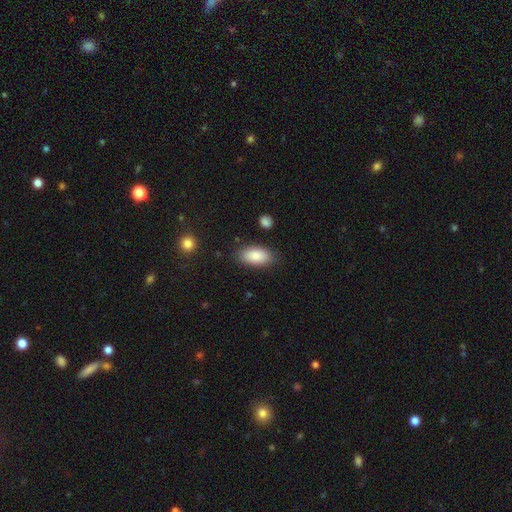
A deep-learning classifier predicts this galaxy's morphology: This appears to be a smooth galaxy with no disk features (85%) that is in between round and cigar-shaped (92%). Merging: none (83%).